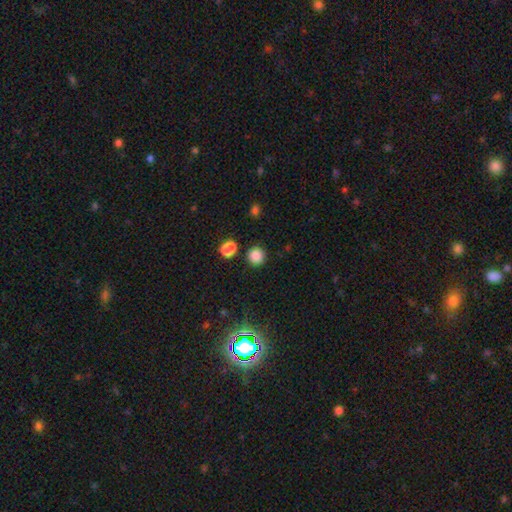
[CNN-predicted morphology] smooth_or_featured: smooth (p=0.84) [alt: star or artifact p=0.13]
how_rounded: round (p=0.92) [alt: in between p=0.07]
merging: none (p=0.84) [alt: minor disturbance p=0.07]